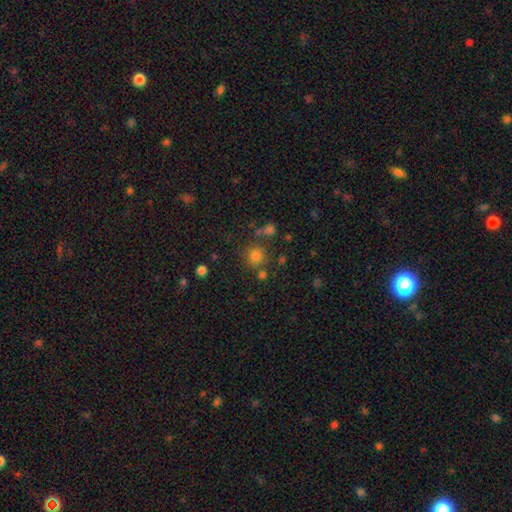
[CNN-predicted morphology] Smooth or featured: smooth — 75% (star or artifact — 18%)
How rounded: round — 91% (in between — 8%)
Merging: none — 76% (merger — 11%)